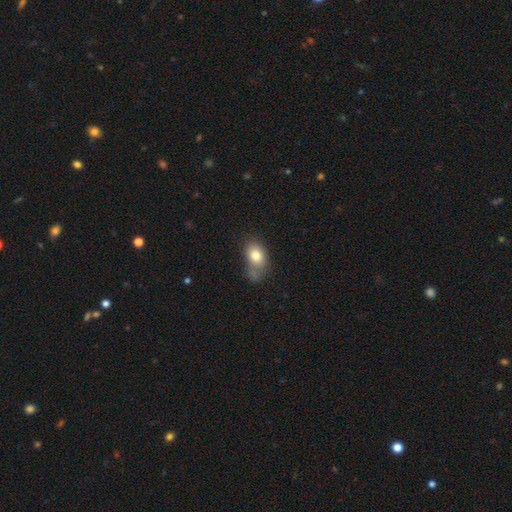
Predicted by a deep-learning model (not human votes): Smooth or featured? Predicted: smooth (p=0.79). How rounded? Predicted: in between (p=0.80). Merging? Predicted: none (p=0.39).